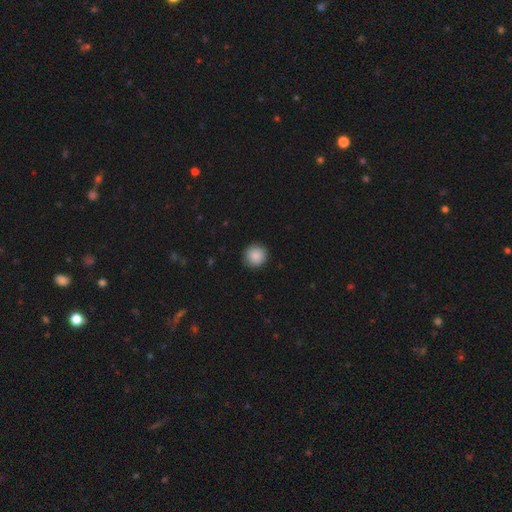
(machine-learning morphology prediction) This is clearly a smooth galaxy (88%). How rounded: clearly round (94%). Merging: clearly none (91%).